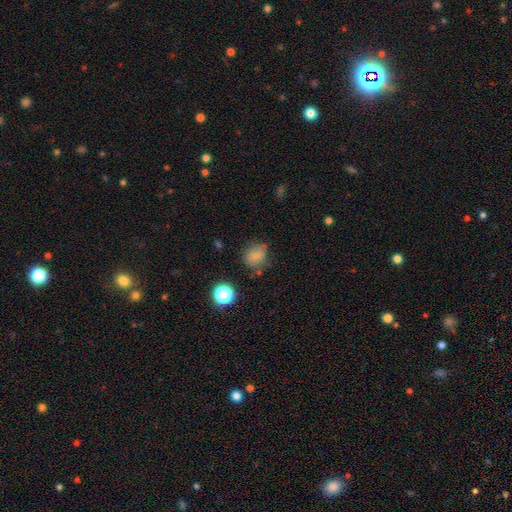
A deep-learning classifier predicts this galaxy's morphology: smooth 76%, star or artifact 15%, featured or disk 10%. Down the decision tree: how rounded — round (72%); merging — none (65%).